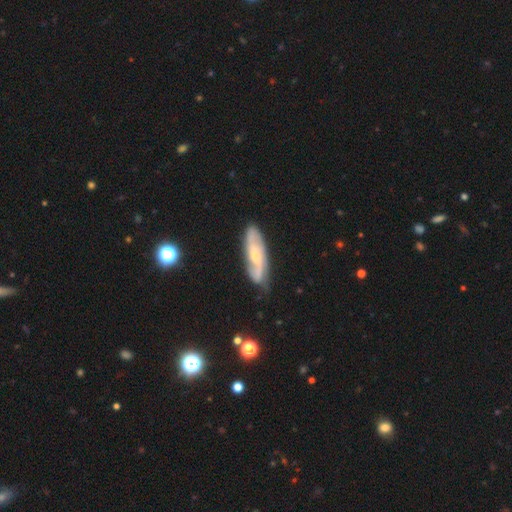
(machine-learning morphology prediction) The model was most divided on "bar": no: 45%, weak: 43%, strong: 12%. Remaining: spiral arms — yes (94%); edge-on disk — no (86%); spiral arm count — 2 (78%); smooth or featured — featured or disk (76%); merging — none (75%); bulge size — small (47%); spiral winding — medium (45%).